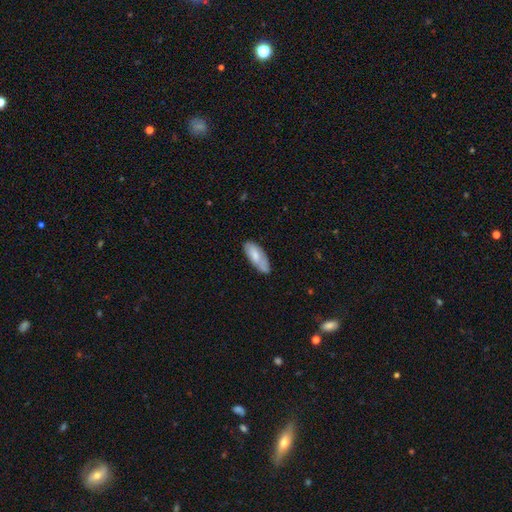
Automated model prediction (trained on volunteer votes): The model was most divided on "merging": none: 62%, minor disturbance: 29%, major disturbance: 6%, merger: 3%. More confident: how rounded — in between (79%); smooth or featured — smooth (72%).